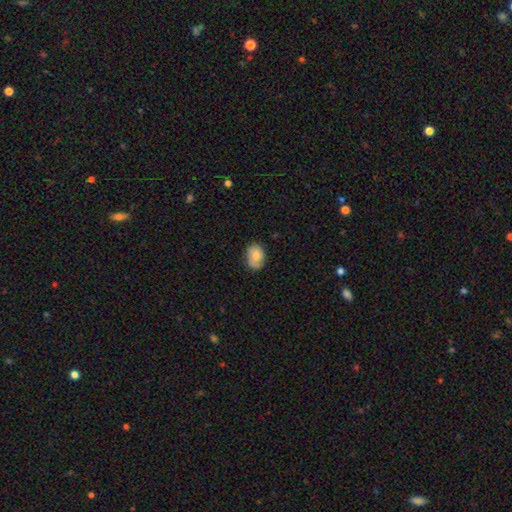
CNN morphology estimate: Smooth or featured? Predicted: smooth (p=0.76). How rounded? Predicted: in between (p=0.69). Merging? Predicted: none (p=0.76).